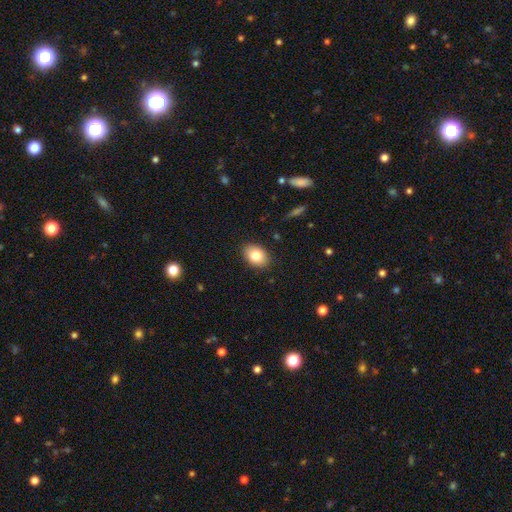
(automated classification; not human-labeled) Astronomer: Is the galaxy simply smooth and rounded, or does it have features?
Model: smooth — 81%.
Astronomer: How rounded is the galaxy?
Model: in between — 77%.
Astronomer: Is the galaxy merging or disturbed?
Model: none — 88%.